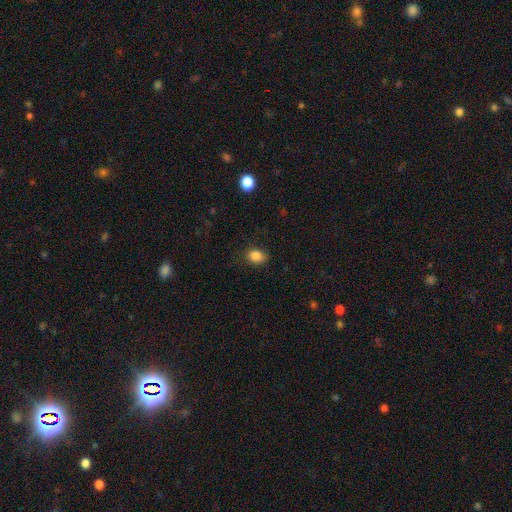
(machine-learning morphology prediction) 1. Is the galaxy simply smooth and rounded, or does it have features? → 86% smooth, 10% star or artifact, 4% featured or disk.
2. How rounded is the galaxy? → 60% in between, 39% round, 1% cigar-shaped.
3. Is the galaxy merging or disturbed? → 83% none, 13% minor disturbance, 3% major disturbance, 1% merger.